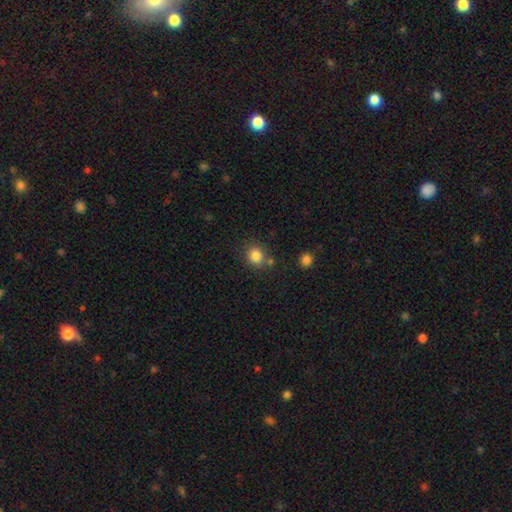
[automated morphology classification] This appears to be a smooth galaxy with no disk features (84%) that is round (80%). Merging: none (75%).